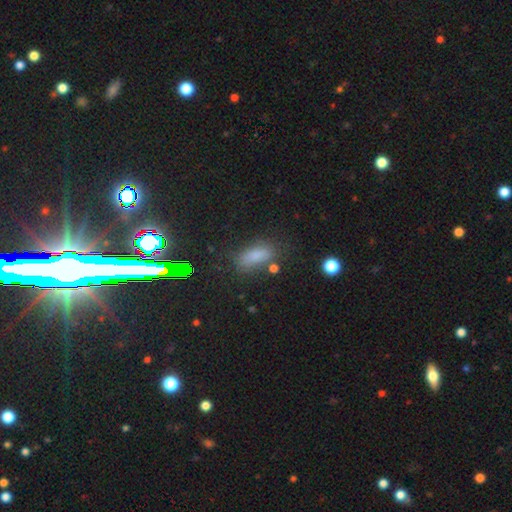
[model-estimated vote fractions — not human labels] The model was most divided on "merging": none: 69%, minor disturbance: 18%, major disturbance: 7%, merger: 6%. More confident: how rounded — in between (78%); smooth or featured — smooth (74%).